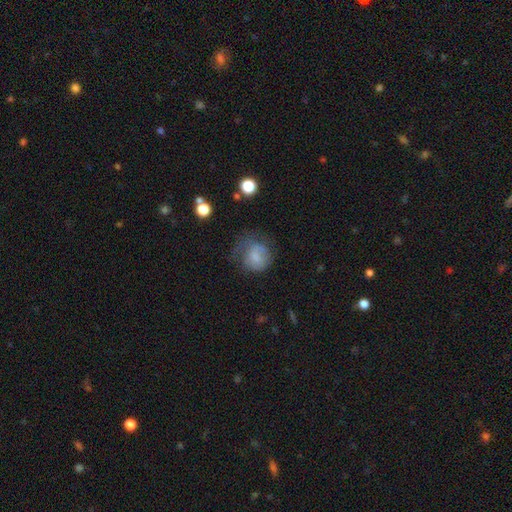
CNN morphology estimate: smooth_or_featured: smooth (p=0.66) [alt: featured or disk p=0.24]
how_rounded: round (p=0.73) [alt: in between p=0.26]
merging: none (p=0.38) [alt: major disturbance p=0.32]